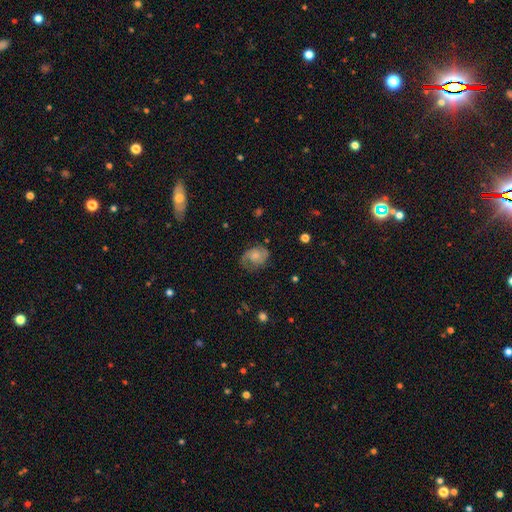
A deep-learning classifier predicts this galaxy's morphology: type=featured or disk (55%); edge-on=no (97%); bar=no (72%); spiral arms=yes (87%); bulge=small (43%); merging=none (57%).